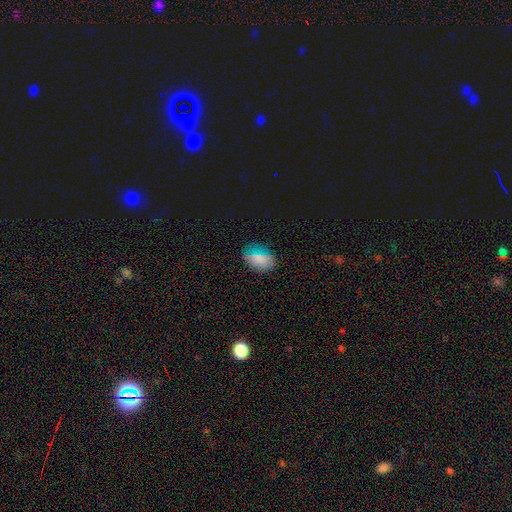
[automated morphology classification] type=smooth (74%); roundness=in between (83%); merging=none (81%).